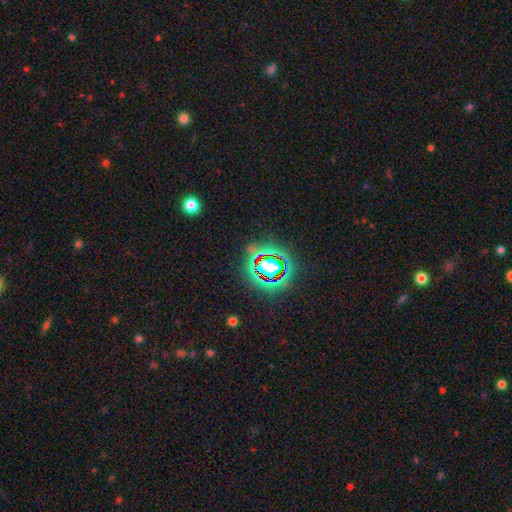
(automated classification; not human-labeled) smooth_or_featured: star or artifact (p=0.79) [alt: smooth p=0.12]